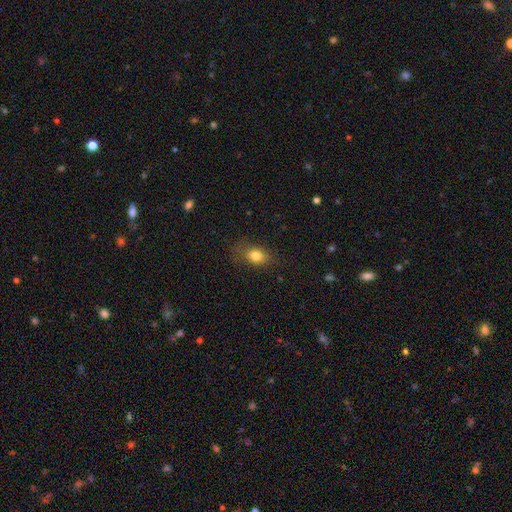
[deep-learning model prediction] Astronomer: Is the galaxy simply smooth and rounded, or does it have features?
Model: smooth — 81%.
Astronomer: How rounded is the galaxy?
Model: in between — 73%.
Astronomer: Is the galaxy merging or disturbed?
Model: none — 73%.